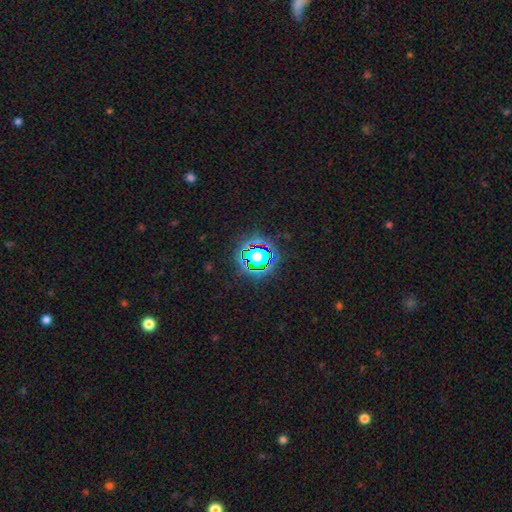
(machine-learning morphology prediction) Q: Smooth or featured?
A: star or artifact (80%); runner-up: smooth (13%)